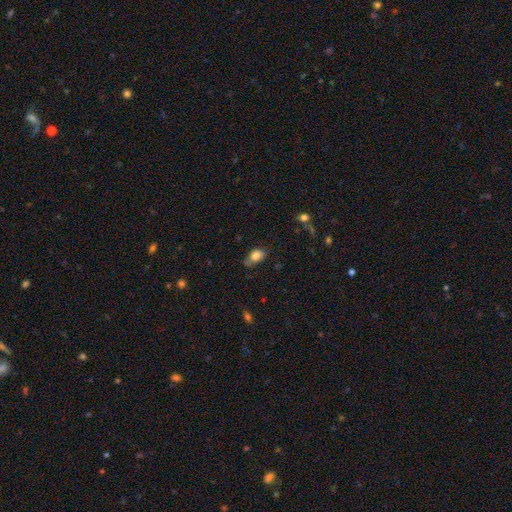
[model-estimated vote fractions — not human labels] This is likely a smooth galaxy (80%). How rounded: clearly in between (81%). Merging: possibly none (57%).